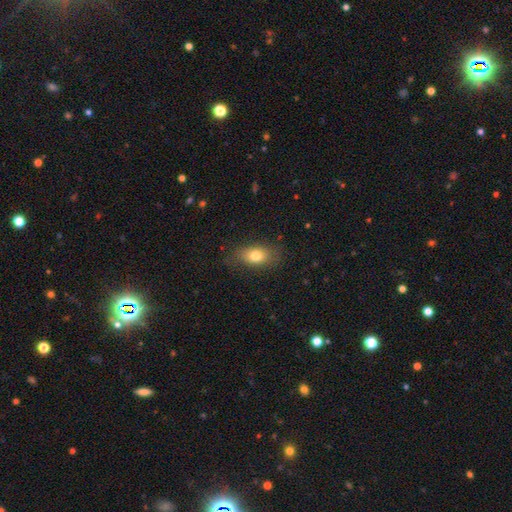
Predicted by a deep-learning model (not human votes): Smooth or featured? Predicted: smooth (p=0.77). How rounded? Predicted: in between (p=0.81). Merging? Predicted: none (p=0.76).